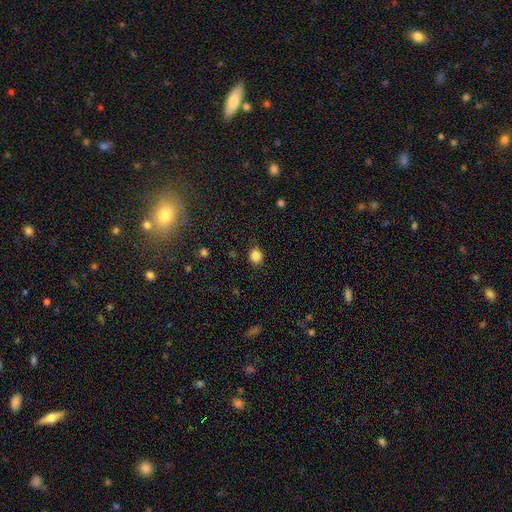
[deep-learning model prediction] Overall: smooth (84%). How rounded: round (76%). Merging: none (85%).